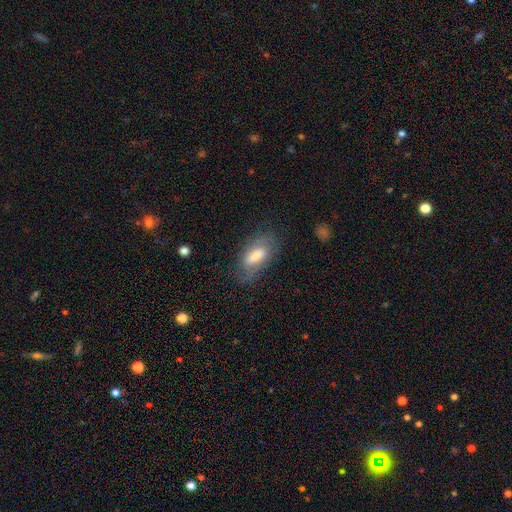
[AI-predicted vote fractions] smooth_or_featured: smooth (p=0.62) [alt: featured or disk p=0.30]
how_rounded: in between (p=0.85) [alt: cigar-shaped p=0.12]
merging: none (p=0.67) [alt: minor disturbance p=0.22]